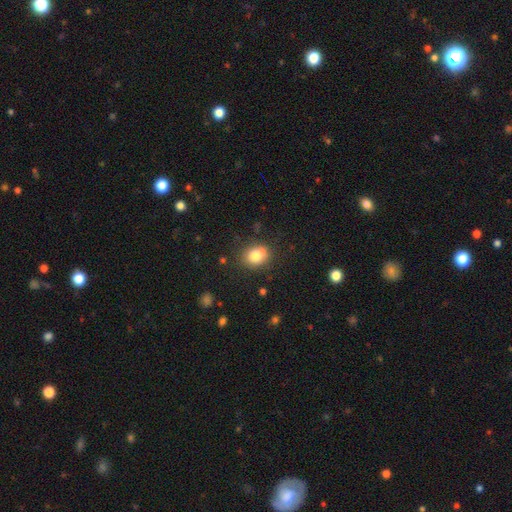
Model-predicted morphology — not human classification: A smooth galaxy with no disk features (77%) that is round (62%).

Vote fractions:
- Smooth or featured? smooth: 77% / featured or disk: 12% / star or artifact: 11%
- How rounded? round: 62% / in between: 37% / cigar-shaped: 1%
- Merging? none: 70% / minor disturbance: 17% / merger: 9% / major disturbance: 5%